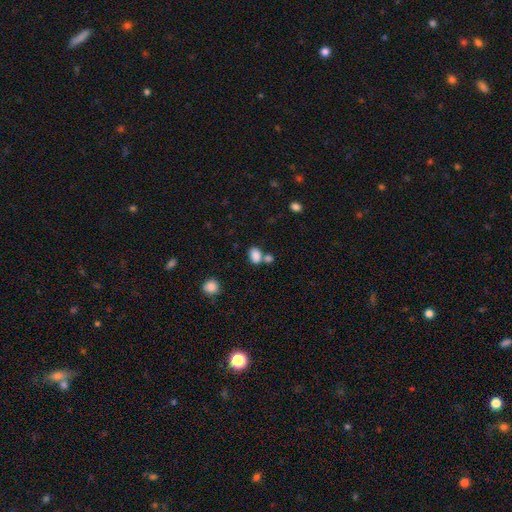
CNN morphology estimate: type=smooth (85%); roundness=in between (79%); merging=none (52%).